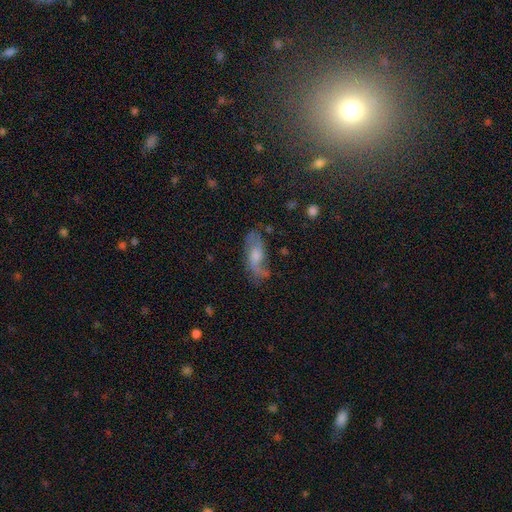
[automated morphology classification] Smooth or featured: featured or disk — 60% (smooth — 32%)
Edge-on disk: no — 89% (yes — 11%)
Bar: no — 60% (weak — 33%)
Spiral arms: yes — 84% (no — 16%)
Bulge size: moderate — 43% (small — 29%)
Merging: none — 54% (minor disturbance — 25%)